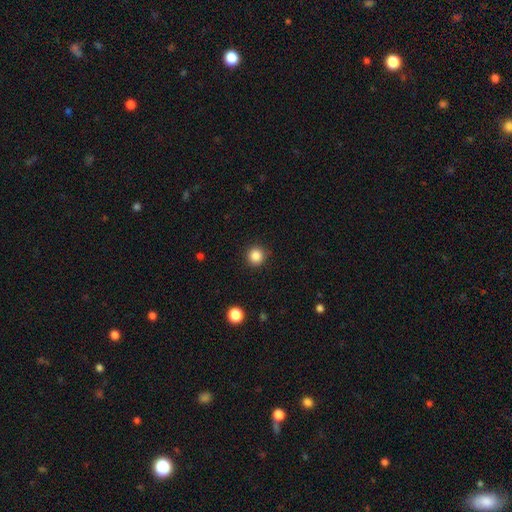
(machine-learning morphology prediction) A smooth galaxy with no disk features (85%) that is round (94%). Merging: none (91%).